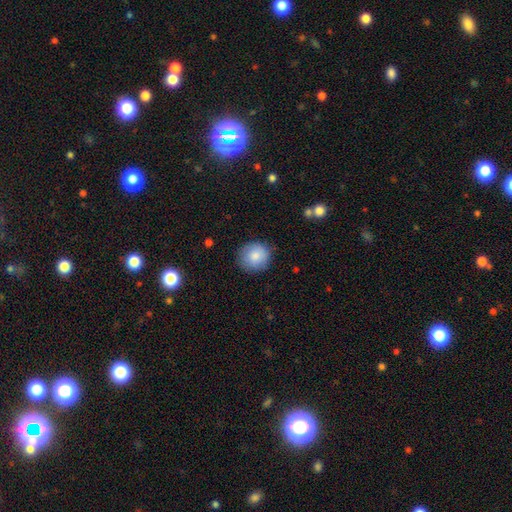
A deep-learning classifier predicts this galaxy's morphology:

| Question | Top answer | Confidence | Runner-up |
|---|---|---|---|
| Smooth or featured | smooth | 84% | featured or disk (9%) |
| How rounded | round | 90% | in between (9%) |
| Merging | none | 84% | minor disturbance (12%) |